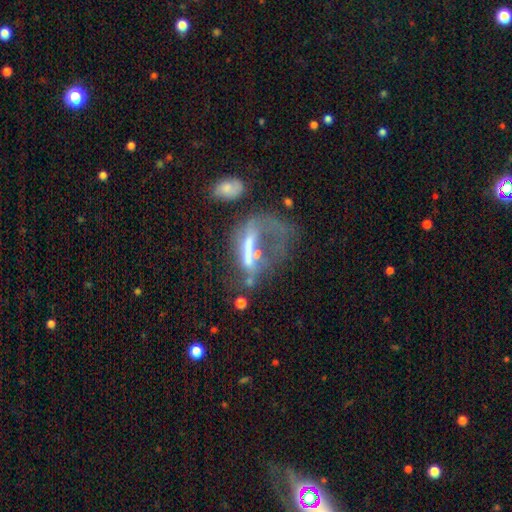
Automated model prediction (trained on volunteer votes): Smooth or featured? featured or disk (54%)
Edge-on disk? no (83%)
Merging? major disturbance (49%)